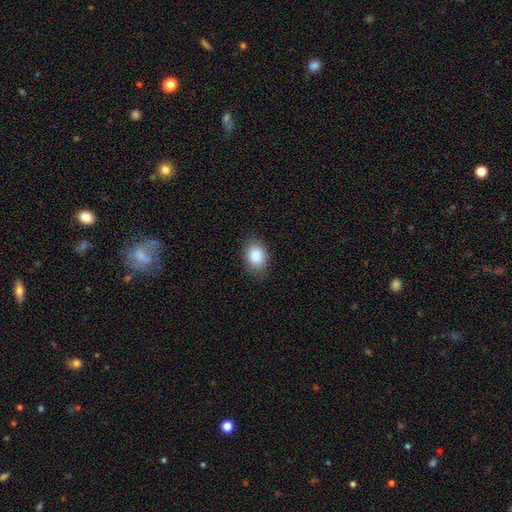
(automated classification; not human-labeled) Morphology: type=smooth (85%); roundness=in between (76%); merging=none (85%).